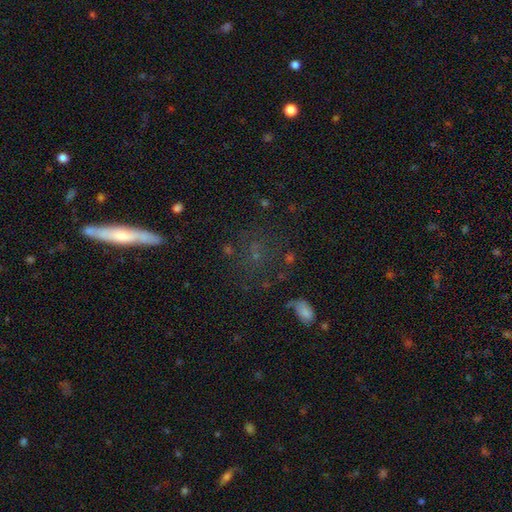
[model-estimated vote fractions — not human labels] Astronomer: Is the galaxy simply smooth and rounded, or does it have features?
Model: smooth — 36%, tied with featured or disk at 36%.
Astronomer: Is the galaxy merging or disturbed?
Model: none — 69%.